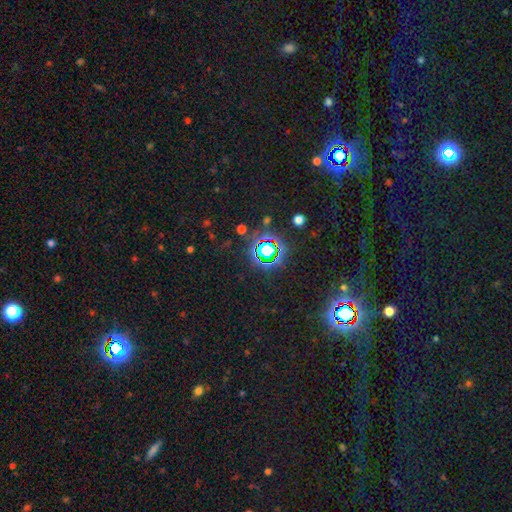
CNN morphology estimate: This is clearly a star or artifact rather than a galaxy (81%).